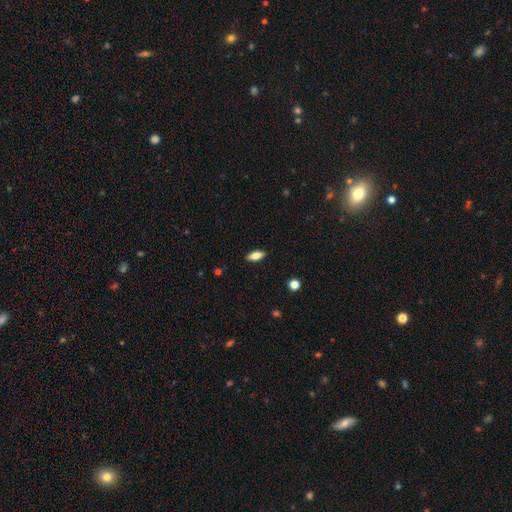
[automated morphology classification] type=smooth (73%); roundness=in between (78%); merging=none (88%).